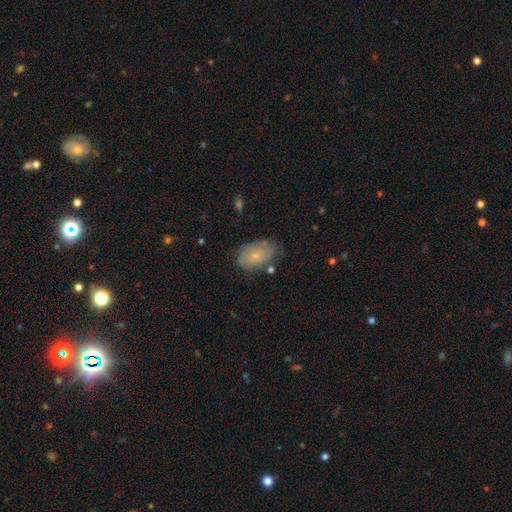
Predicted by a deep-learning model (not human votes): Smooth or featured?
  - smooth: 68% *
  - featured or disk: 24%
  - star or artifact: 8%
How rounded?
  - in between: 90% *
  - round: 9%
  - cigar-shaped: 2%
Merging?
  - none: 66% *
  - minor disturbance: 25%
  - major disturbance: 6%
  - merger: 3%